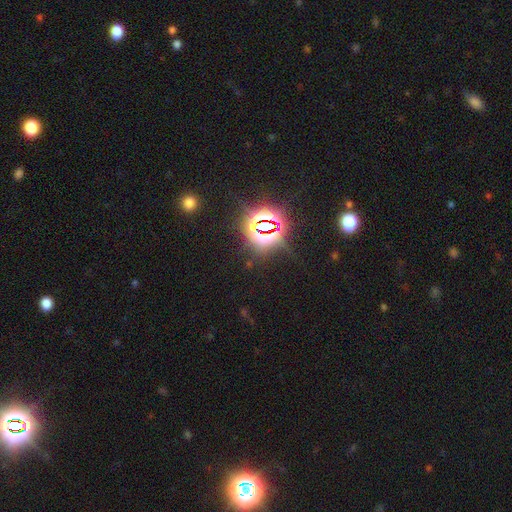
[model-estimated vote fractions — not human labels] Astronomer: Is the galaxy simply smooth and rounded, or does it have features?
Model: star or artifact — 80%.